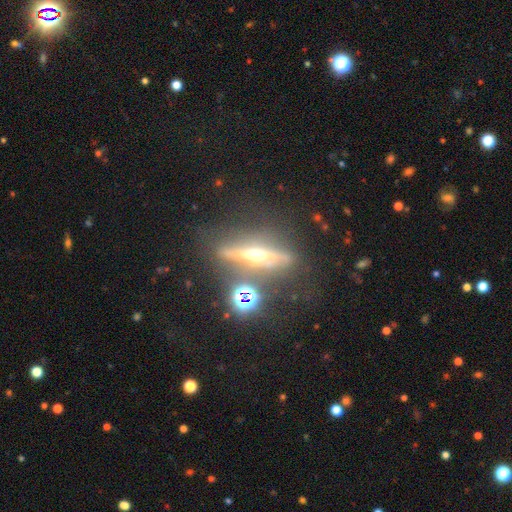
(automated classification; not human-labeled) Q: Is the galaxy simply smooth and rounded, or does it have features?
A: featured or disk — 75%.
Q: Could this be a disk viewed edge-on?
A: yes — 92%.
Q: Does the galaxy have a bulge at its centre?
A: rounded — 90%.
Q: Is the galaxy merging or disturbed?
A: none — 74%.